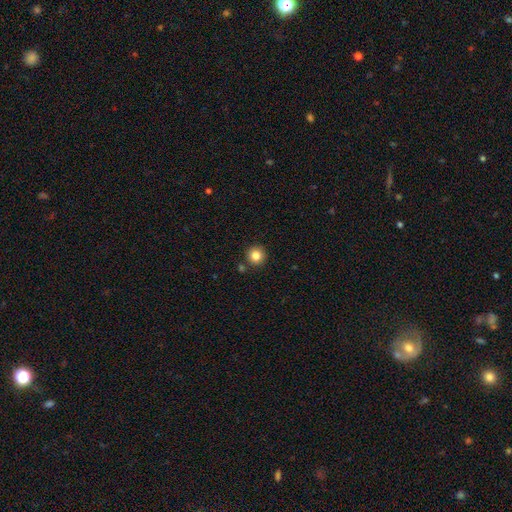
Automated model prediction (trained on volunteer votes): This is clearly a smooth galaxy (83%). How rounded: clearly round (95%). Merging: clearly none (88%).